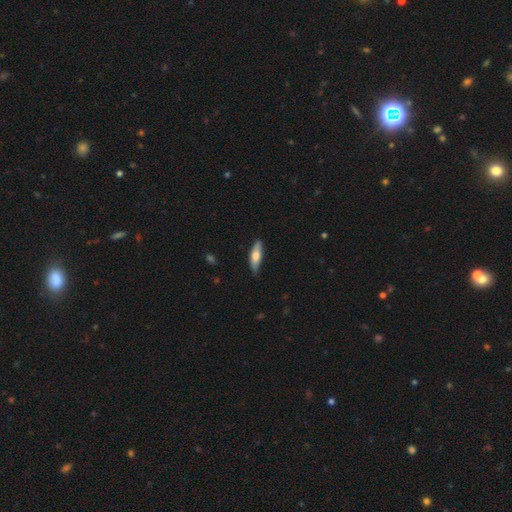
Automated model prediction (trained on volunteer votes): Q: Smooth or featured?
A: smooth (63%); runner-up: featured or disk (31%)
Q: How rounded?
A: cigar-shaped (54%); runner-up: in between (44%)
Q: Merging?
A: none (79%); runner-up: minor disturbance (17%)